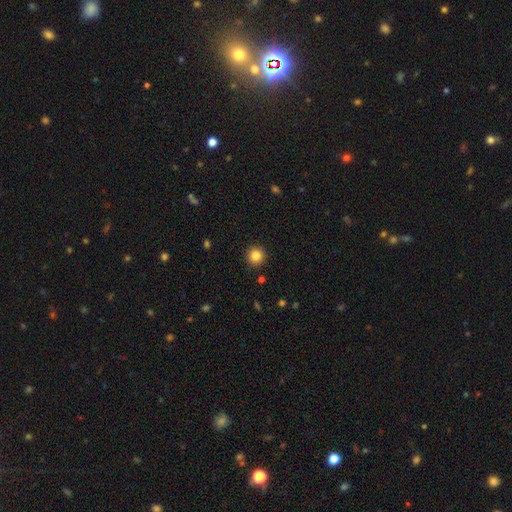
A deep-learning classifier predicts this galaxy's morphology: Smooth or featured?
  - smooth: 84% *
  - star or artifact: 11%
  - featured or disk: 5%
How rounded?
  - round: 94% *
  - in between: 5%
  - cigar-shaped: 1%
Merging?
  - none: 91% *
  - minor disturbance: 6%
  - major disturbance: 2%
  - merger: 1%